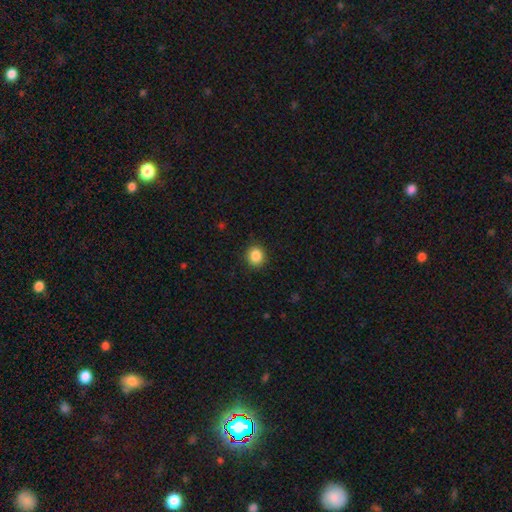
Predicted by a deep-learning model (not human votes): This appears to be a smooth galaxy with no disk features (88%) that is round (81%). Merging: none (90%).